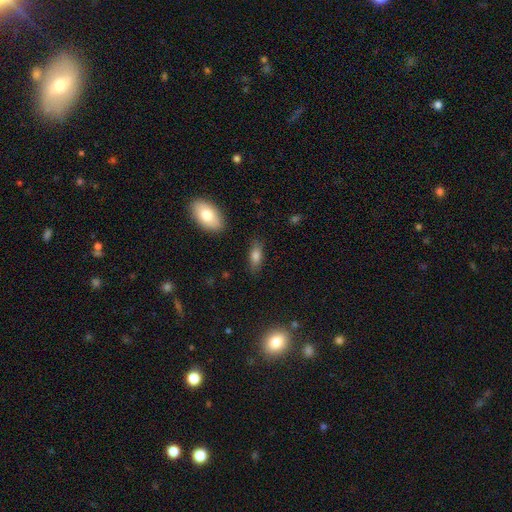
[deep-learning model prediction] Smooth or featured: smooth — 78% (featured or disk — 13%)
How rounded: in between — 79% (cigar-shaped — 17%)
Merging: none — 82% (minor disturbance — 12%)